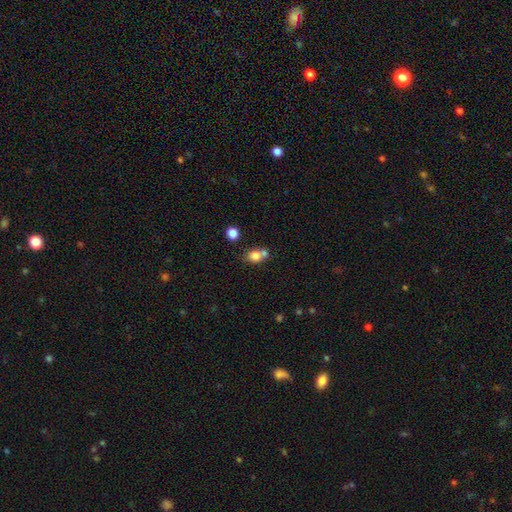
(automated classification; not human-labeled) Smooth or featured?
  - smooth: 79% *
  - star or artifact: 11%
  - featured or disk: 10%
How rounded?
  - round: 55% *
  - in between: 43%
  - cigar-shaped: 2%
Merging?
  - none: 44% *
  - merger: 41%
  - minor disturbance: 11%
  - major disturbance: 4%